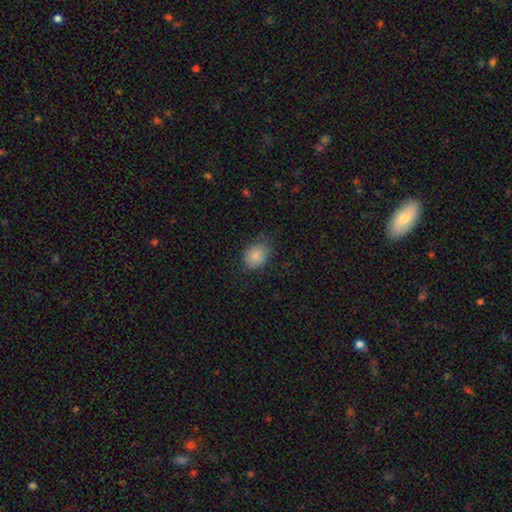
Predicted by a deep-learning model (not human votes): smooth_or_featured: smooth (p=0.85) [alt: star or artifact p=0.08]
how_rounded: in between (p=0.68) [alt: round p=0.31]
merging: none (p=0.69) [alt: minor disturbance p=0.24]